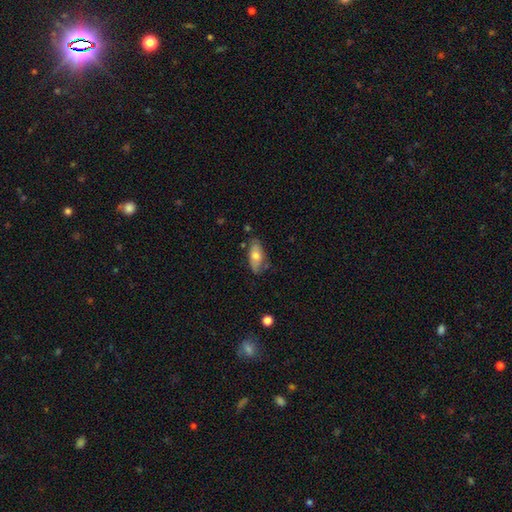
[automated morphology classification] Q: Smooth or featured?
A: smooth (65%); runner-up: featured or disk (29%)
Q: How rounded?
A: in between (84%); runner-up: cigar-shaped (13%)
Q: Merging?
A: none (70%); runner-up: minor disturbance (22%)